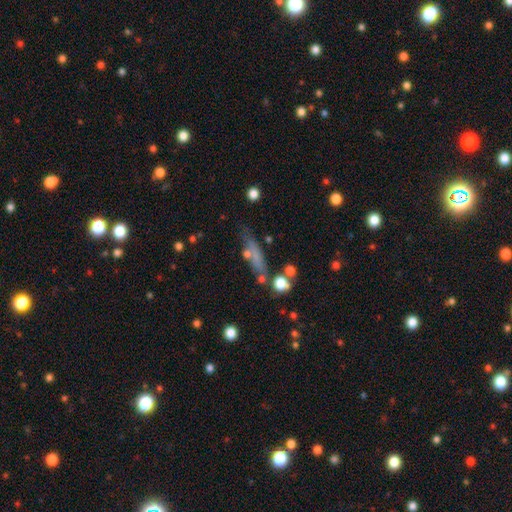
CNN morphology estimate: Smooth or featured: smooth — 57% (featured or disk — 30%)
How rounded: cigar-shaped — 67% (in between — 26%)
Merging: none — 62% (minor disturbance — 21%)